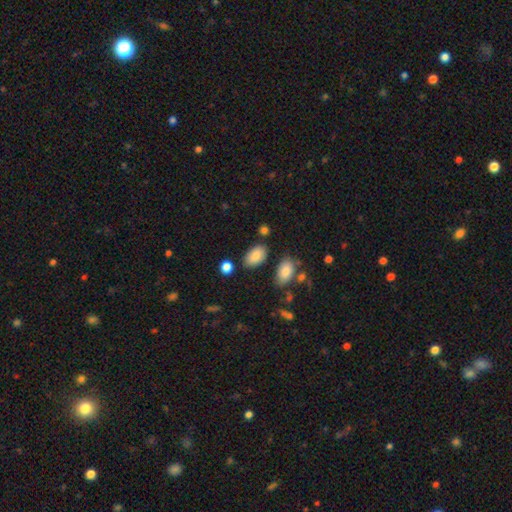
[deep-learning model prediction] Smooth or featured: smooth — 84% (star or artifact — 9%)
How rounded: in between — 92% (round — 7%)
Merging: none — 77% (minor disturbance — 14%)